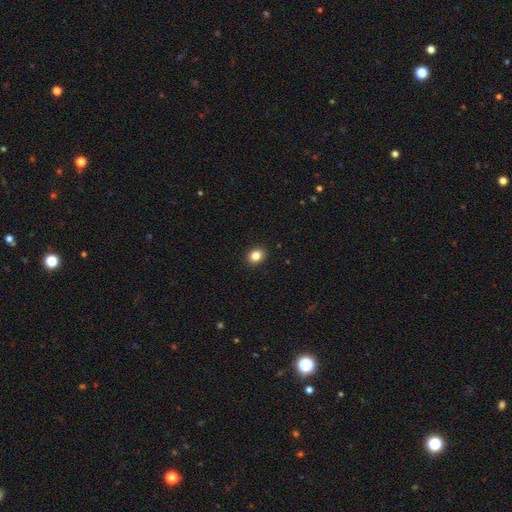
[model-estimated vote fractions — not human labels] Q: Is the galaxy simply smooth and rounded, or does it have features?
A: smooth — 84%.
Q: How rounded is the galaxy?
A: round — 56%.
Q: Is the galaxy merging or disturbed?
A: none — 91%.